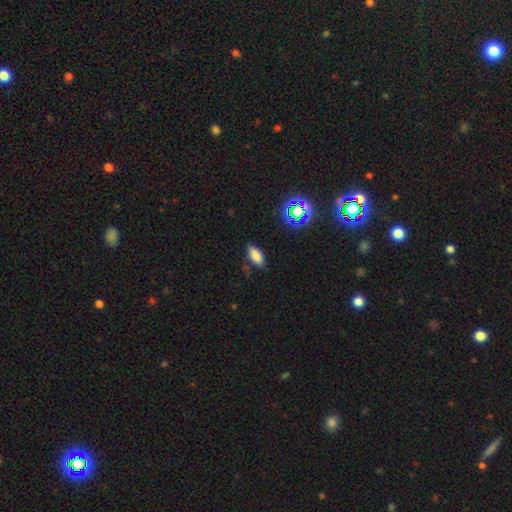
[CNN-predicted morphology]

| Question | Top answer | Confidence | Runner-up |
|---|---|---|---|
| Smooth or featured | smooth | 78% | star or artifact (14%) |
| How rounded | in between | 87% | cigar-shaped (10%) |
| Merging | none | 78% | minor disturbance (16%) |